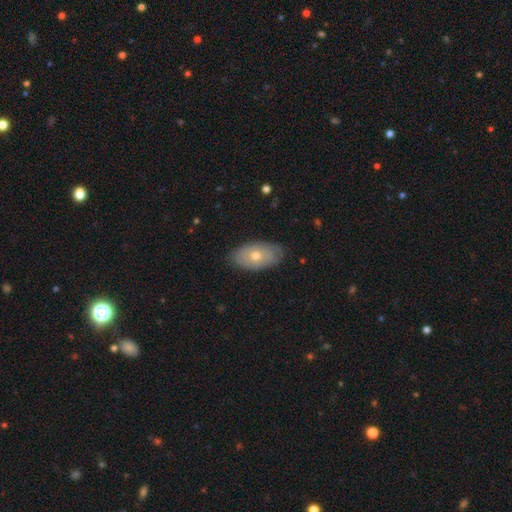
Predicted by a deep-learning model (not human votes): Smooth or featured? Predicted: smooth (p=0.53). How rounded? Predicted: in between (p=0.93). Merging? Predicted: none (p=0.82).